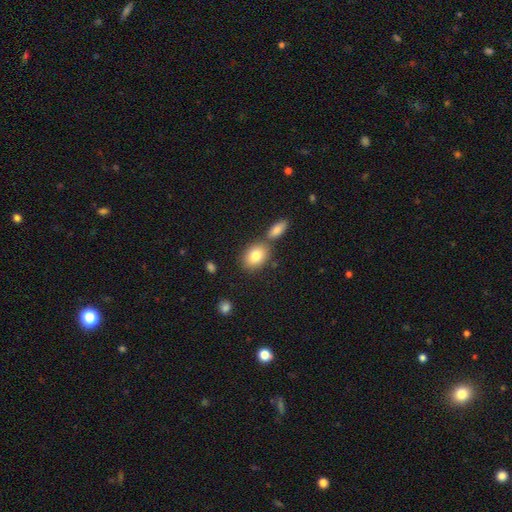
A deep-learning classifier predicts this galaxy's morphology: The model was most divided on "merging": none: 62%, merger: 24%, minor disturbance: 11%, major disturbance: 3%. More confident: smooth or featured — smooth (81%); how rounded — in between (77%).